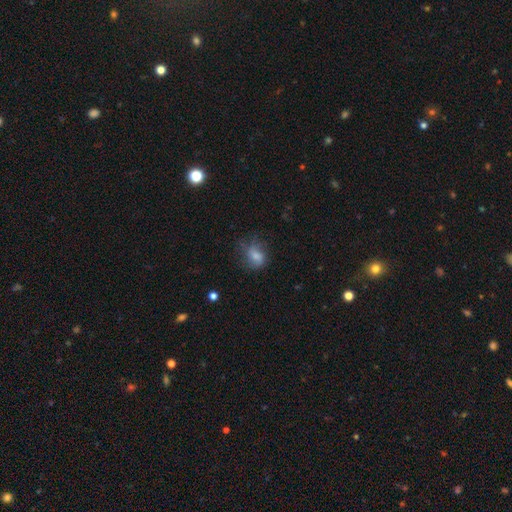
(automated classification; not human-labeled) Q: Smooth or featured?
A: smooth (69%); runner-up: featured or disk (20%)
Q: How rounded?
A: in between (56%); runner-up: round (43%)
Q: Merging?
A: none (50%); runner-up: minor disturbance (28%)